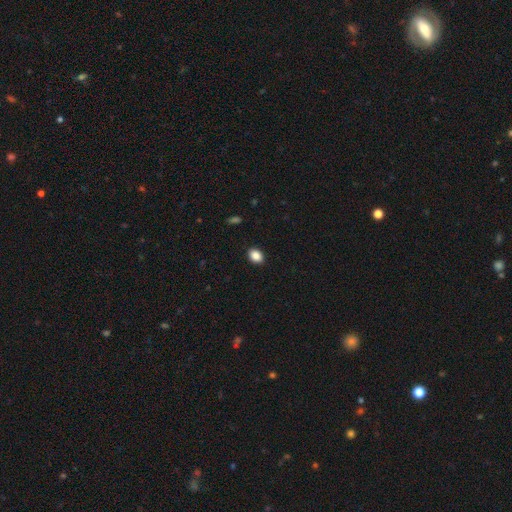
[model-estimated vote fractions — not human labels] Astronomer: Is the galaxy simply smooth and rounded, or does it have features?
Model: smooth — 88%.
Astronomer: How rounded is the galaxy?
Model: in between — 68%.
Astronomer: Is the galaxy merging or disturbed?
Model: none — 90%.